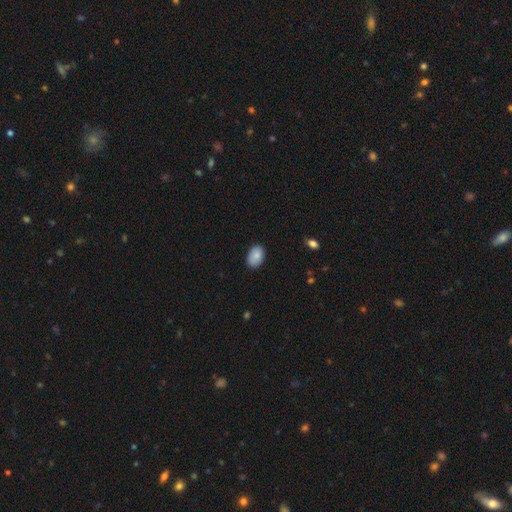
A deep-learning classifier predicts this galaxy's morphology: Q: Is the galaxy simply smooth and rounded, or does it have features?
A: smooth — 87%.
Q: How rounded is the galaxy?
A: in between — 87%.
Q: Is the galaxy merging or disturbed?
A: none — 86%.